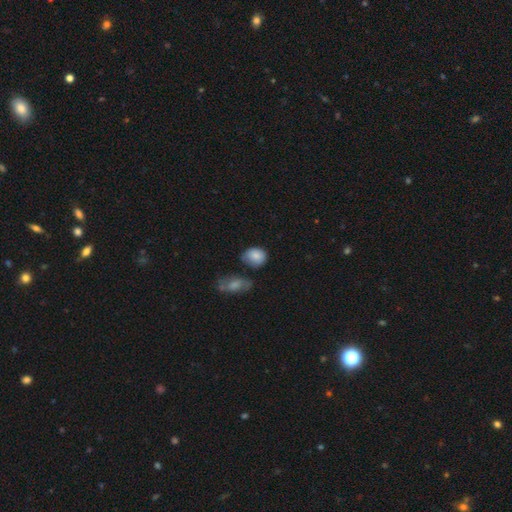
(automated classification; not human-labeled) smooth 85%, star or artifact 8%, featured or disk 7%. Down the decision tree: how rounded — in between (50%); merging — none (58%).